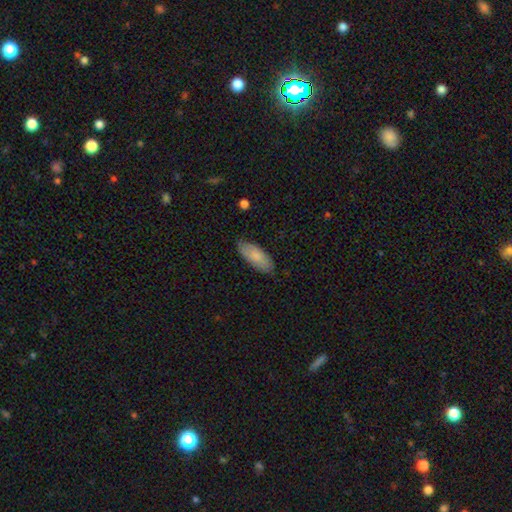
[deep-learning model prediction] Smooth or featured? Predicted: smooth (p=0.81). How rounded? Predicted: in between (p=0.84). Merging? Predicted: none (p=0.79).